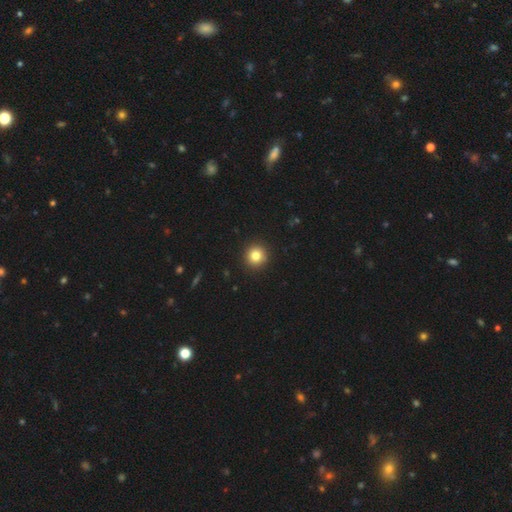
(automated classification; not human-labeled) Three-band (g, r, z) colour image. It shows a smooth galaxy with no disk features (81%) that is round (95%). Merging: none (93%).